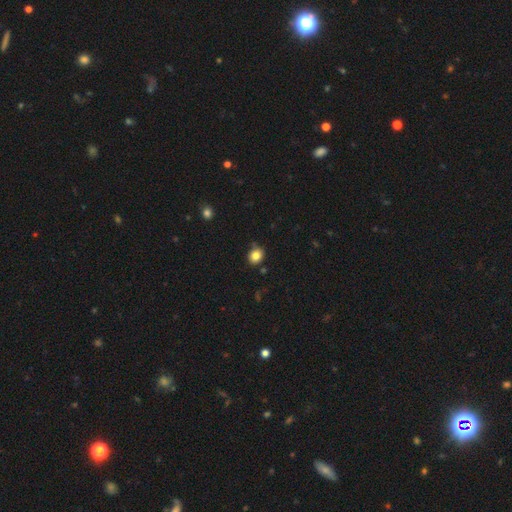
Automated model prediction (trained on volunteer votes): The model was most divided on "how rounded": round: 64%, in between: 35%, cigar-shaped: 1%. More confident: smooth or featured — smooth (83%); merging — none (80%).